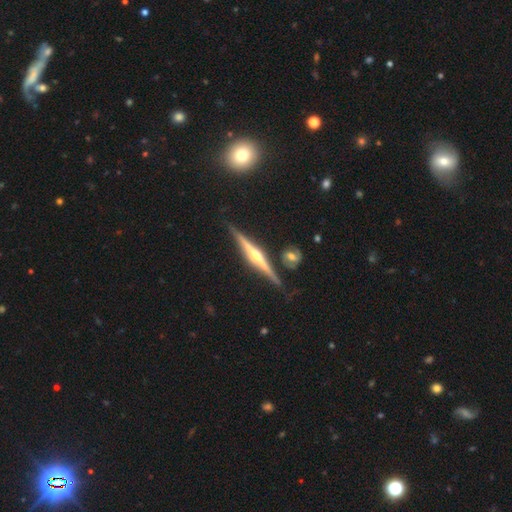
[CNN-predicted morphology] The model was most divided on "smooth or featured": featured or disk: 84%, smooth: 10%, star or artifact: 6%. More confident: edge-on disk — yes (98%); edge-on bulge — rounded (89%); merging — none (86%).